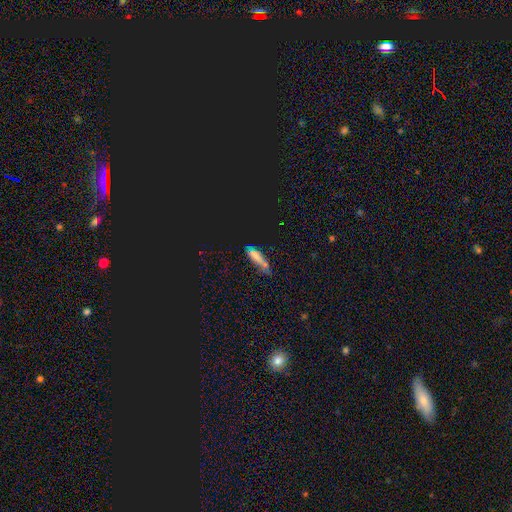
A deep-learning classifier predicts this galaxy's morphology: smooth 51%, star or artifact 35%, featured or disk 14%. Down the decision tree: how rounded — cigar-shaped (51%); merging — none (51%).